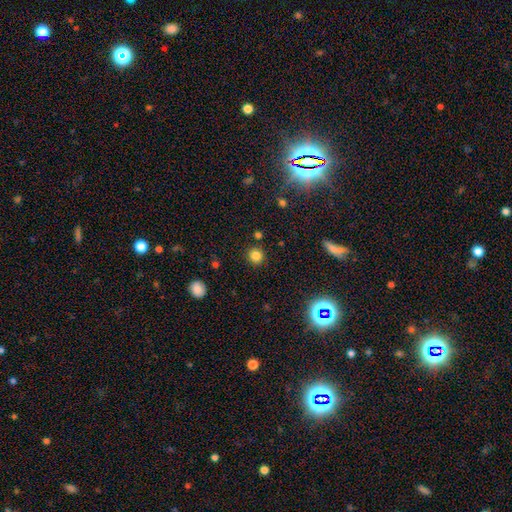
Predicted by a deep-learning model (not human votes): Smooth or featured? smooth (81%)
How rounded? round (92%)
Merging? none (89%)